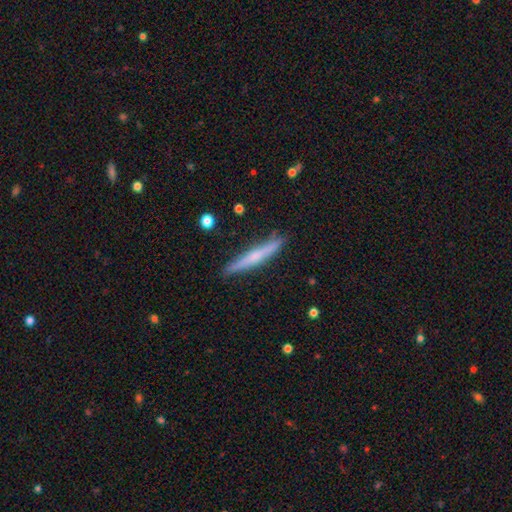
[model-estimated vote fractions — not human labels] featured or disk 48%, smooth 46%, star or artifact 6%. Down the decision tree: merging — none (88%).